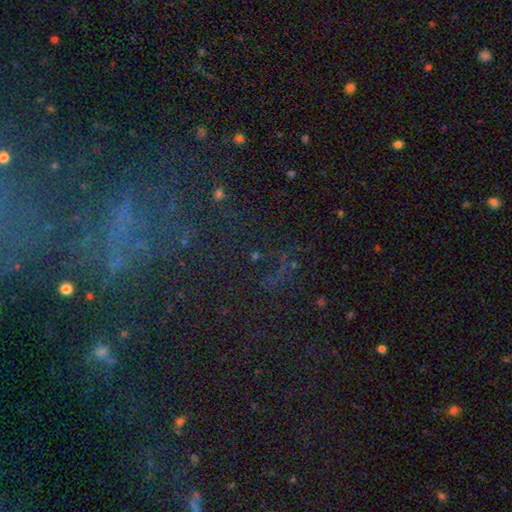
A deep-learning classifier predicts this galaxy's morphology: Smooth or featured? star or artifact (70%)